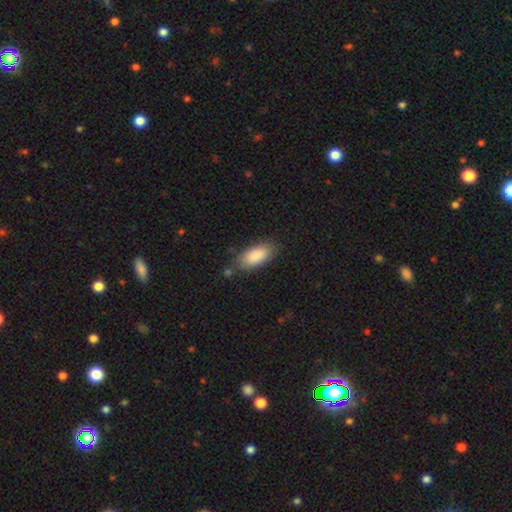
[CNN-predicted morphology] smooth 89%, star or artifact 6%, featured or disk 5%. Down the decision tree: how rounded — in between (88%); merging — none (76%).